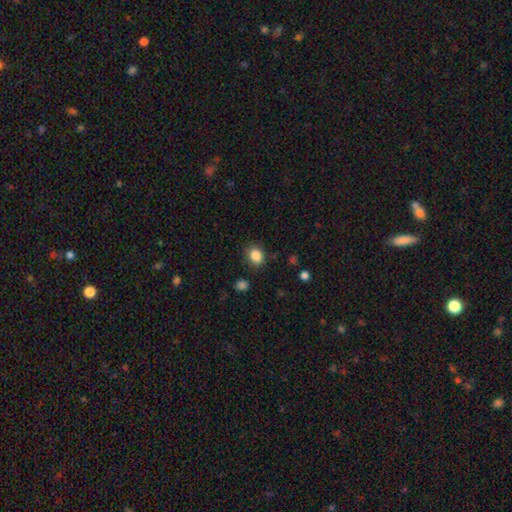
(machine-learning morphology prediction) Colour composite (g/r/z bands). It shows a smooth galaxy with no disk features (86%) that is round (57%). Merging: none (81%).